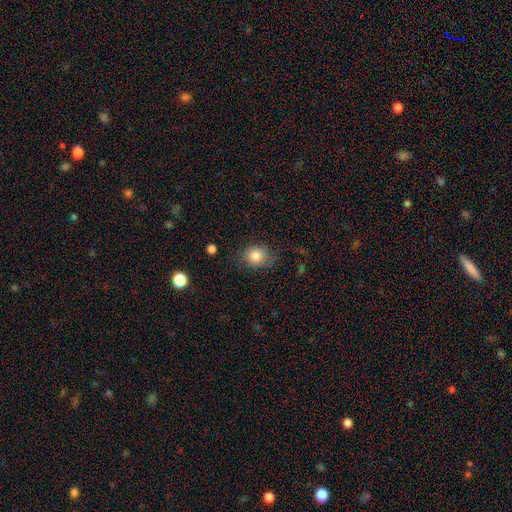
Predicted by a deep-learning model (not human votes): Smooth or featured? Predicted: smooth (p=0.82). How rounded? Predicted: round (p=0.68). Merging? Predicted: none (p=0.69).